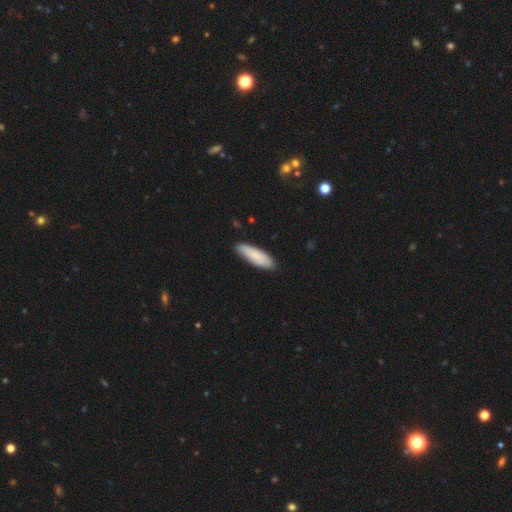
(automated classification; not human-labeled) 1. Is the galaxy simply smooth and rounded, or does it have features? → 83% smooth, 12% featured or disk, 5% star or artifact.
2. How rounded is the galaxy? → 51% cigar-shaped, 47% in between, 2% round.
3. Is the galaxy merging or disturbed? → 85% none, 12% minor disturbance, 2% major disturbance, 1% merger.